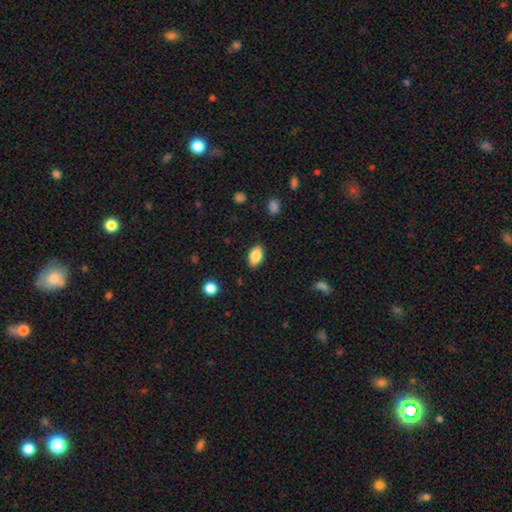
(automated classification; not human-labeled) A smooth galaxy with no disk features (85%) that is in between round and cigar-shaped (91%). Merging: none (86%).